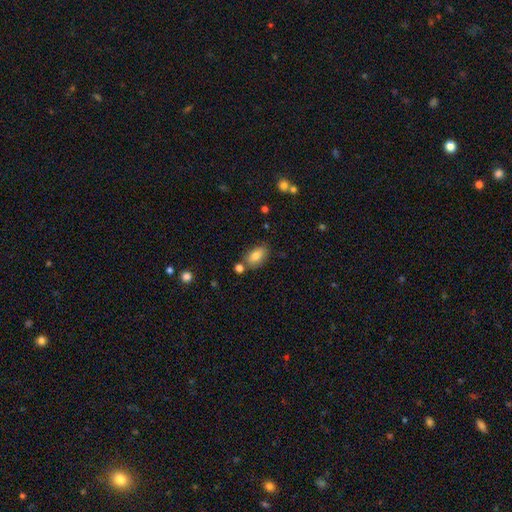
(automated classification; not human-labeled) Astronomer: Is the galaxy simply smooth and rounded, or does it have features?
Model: smooth — 81%.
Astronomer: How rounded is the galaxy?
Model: in between — 90%.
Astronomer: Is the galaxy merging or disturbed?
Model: none — 72%.